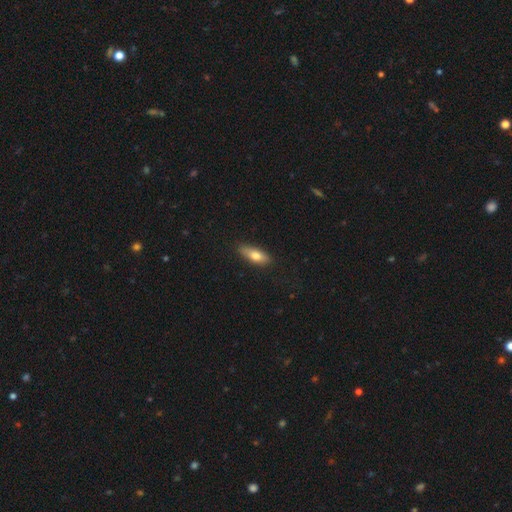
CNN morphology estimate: Smooth or featured?
  - smooth: 72% *
  - featured or disk: 22%
  - star or artifact: 6%
How rounded?
  - in between: 60% *
  - cigar-shaped: 37%
  - round: 3%
Merging?
  - none: 84% *
  - minor disturbance: 13%
  - major disturbance: 2%
  - merger: 1%